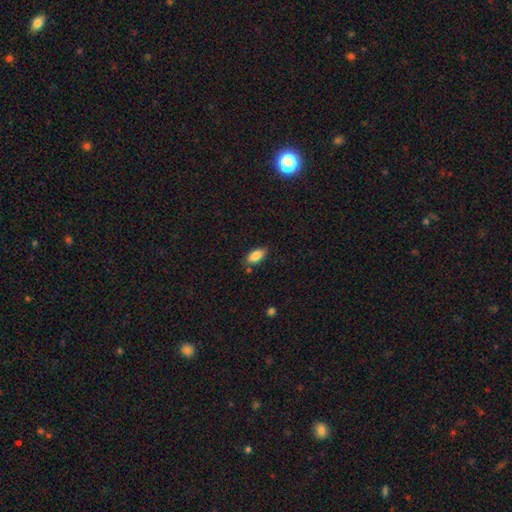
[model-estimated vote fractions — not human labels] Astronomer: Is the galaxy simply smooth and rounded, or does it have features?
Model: smooth — 85%.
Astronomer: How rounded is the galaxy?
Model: in between — 90%.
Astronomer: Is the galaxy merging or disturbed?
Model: none — 81%.